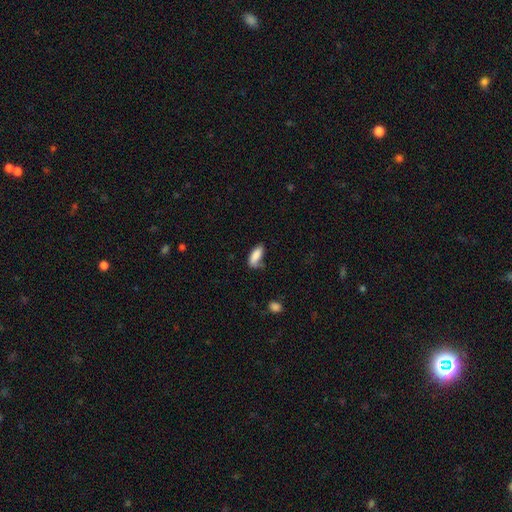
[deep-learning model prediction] Overall: smooth (85%). How rounded: in between (77%). Merging: none (54%; minor disturbance 30%).